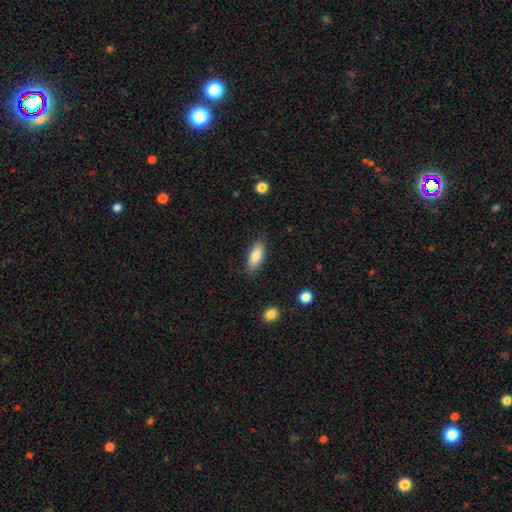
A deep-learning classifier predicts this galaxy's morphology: This appears to be a smooth galaxy with no disk features (83%) that is in between round and cigar-shaped (81%). Merging: none (85%).